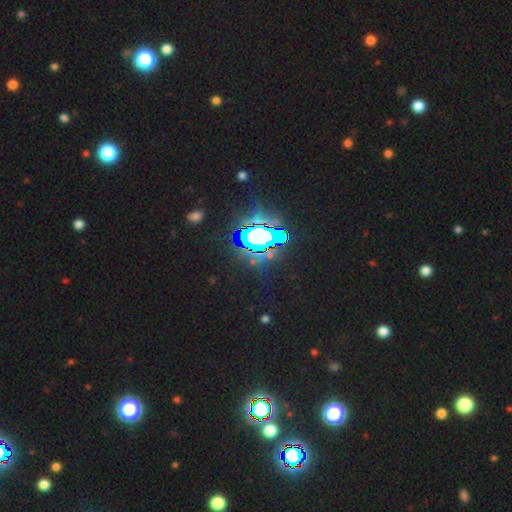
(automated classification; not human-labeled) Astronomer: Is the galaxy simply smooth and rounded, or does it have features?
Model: star or artifact — 85%.